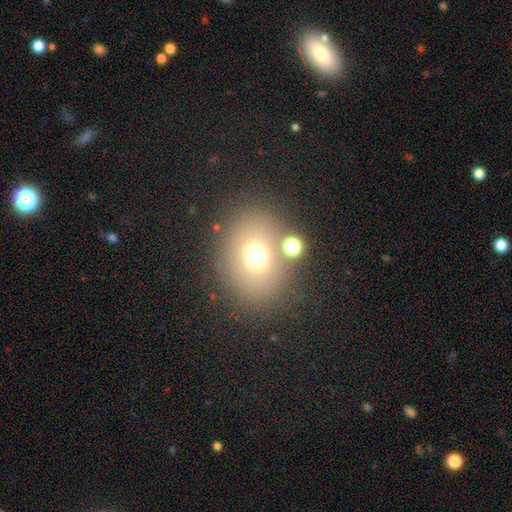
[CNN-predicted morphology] Smooth or featured?
  - smooth: 69% *
  - star or artifact: 16%
  - featured or disk: 15%
How rounded?
  - in between: 51% *
  - round: 48%
  - cigar-shaped: 1%
Merging?
  - none: 75% *
  - minor disturbance: 11%
  - merger: 9%
  - major disturbance: 5%